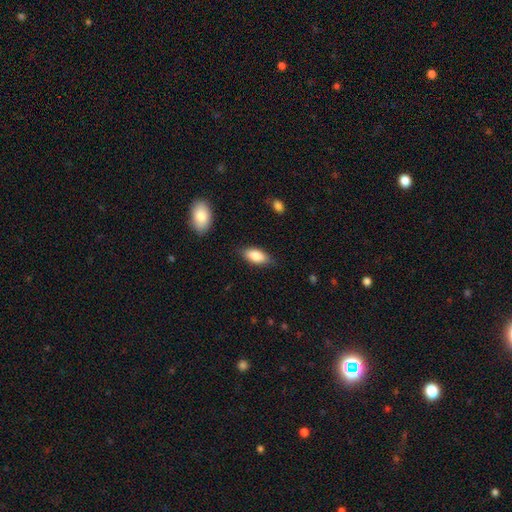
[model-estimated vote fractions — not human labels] A smooth galaxy with no disk features (84%) that is in between round and cigar-shaped (89%). Merging: none (81%).